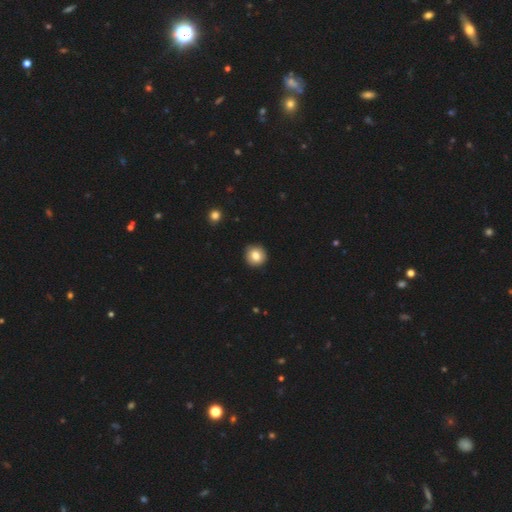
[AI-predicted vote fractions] The model was most divided on "smooth or featured": smooth: 81%, star or artifact: 9%, featured or disk: 9%. More confident: how rounded — round (92%); merging — none (92%).